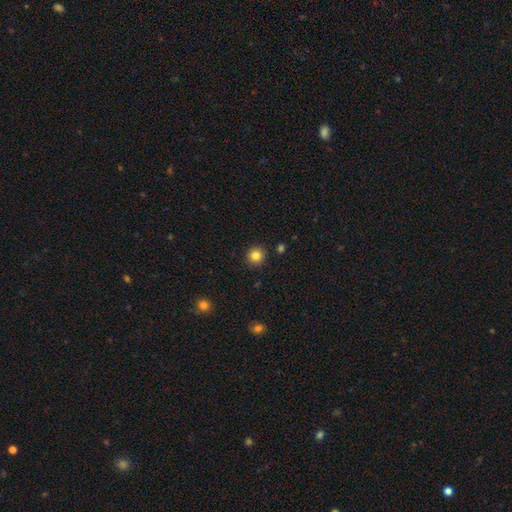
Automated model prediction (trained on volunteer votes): Smooth or featured?
  - smooth: 82% *
  - star or artifact: 12%
  - featured or disk: 6%
How rounded?
  - round: 94% *
  - in between: 5%
  - cigar-shaped: 1%
Merging?
  - none: 91% *
  - minor disturbance: 5%
  - merger: 2%
  - major disturbance: 2%